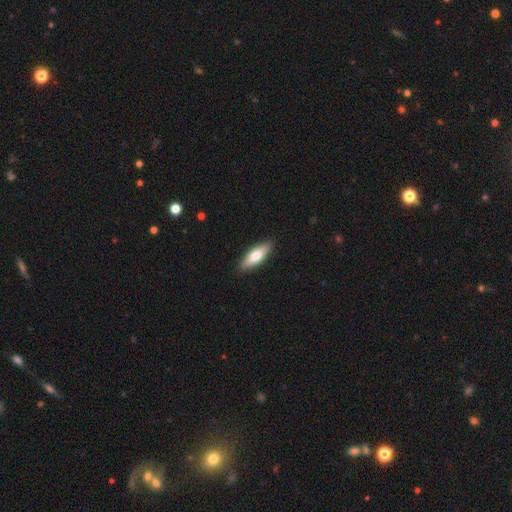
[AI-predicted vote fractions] Smooth or featured: smooth — 71% (featured or disk — 23%)
How rounded: in between — 57% (cigar-shaped — 41%)
Merging: none — 89% (minor disturbance — 8%)